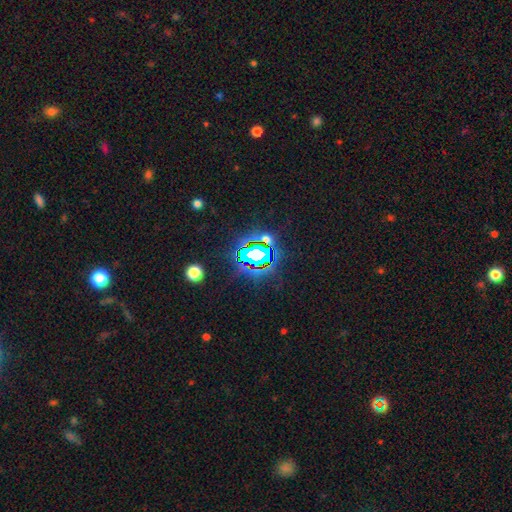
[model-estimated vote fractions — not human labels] A star or artifact, not a galaxy (74%).

Vote fractions:
- Smooth or featured? star or artifact: 74% / smooth: 15% / featured or disk: 11%